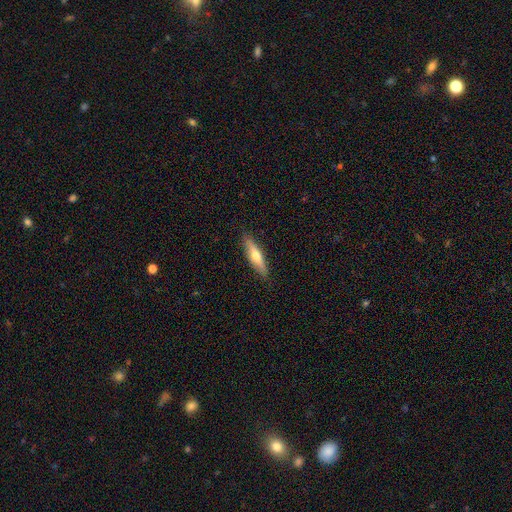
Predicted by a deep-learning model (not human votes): Smooth or featured?
  - smooth: 52% *
  - featured or disk: 43%
  - star or artifact: 6%
How rounded?
  - cigar-shaped: 75% *
  - in between: 23%
  - round: 2%
Merging?
  - none: 88% *
  - minor disturbance: 9%
  - major disturbance: 2%
  - merger: 1%